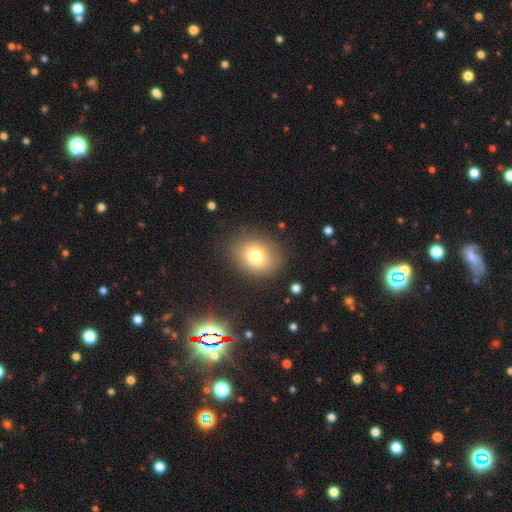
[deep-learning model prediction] Smooth or featured: smooth — 77% (featured or disk — 12%)
How rounded: in between — 51% (round — 48%)
Merging: none — 83% (minor disturbance — 11%)